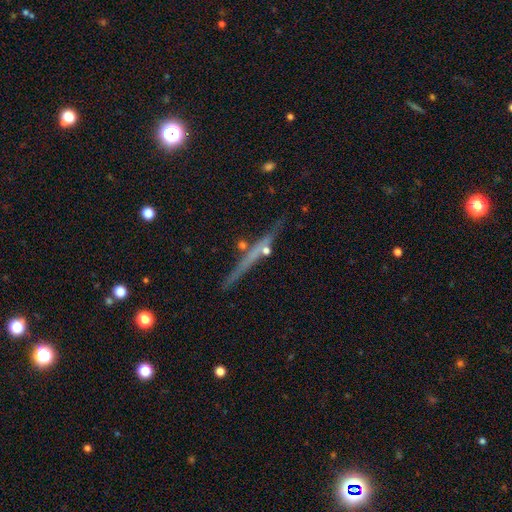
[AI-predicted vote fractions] A featured or disk galaxy (58%) viewed edge-on (93%) with no central bulge (62%). Merging: none (76%).